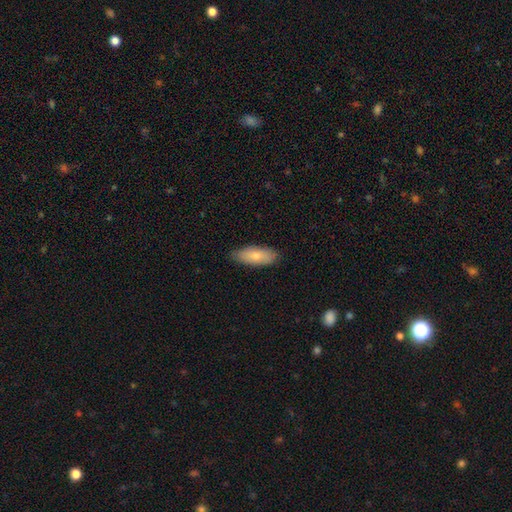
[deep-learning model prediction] Smooth or featured?
  - smooth: 78% *
  - featured or disk: 17%
  - star or artifact: 6%
How rounded?
  - in between: 77% *
  - cigar-shaped: 20%
  - round: 2%
Merging?
  - none: 83% *
  - minor disturbance: 14%
  - major disturbance: 2%
  - merger: 1%